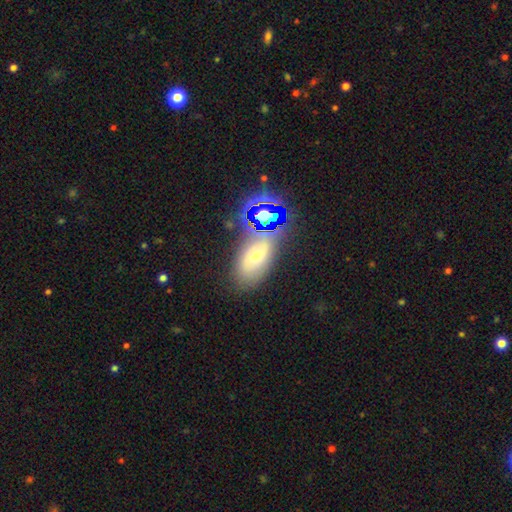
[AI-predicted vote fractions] A smooth galaxy with no disk features (40%). Merging: none (68%).